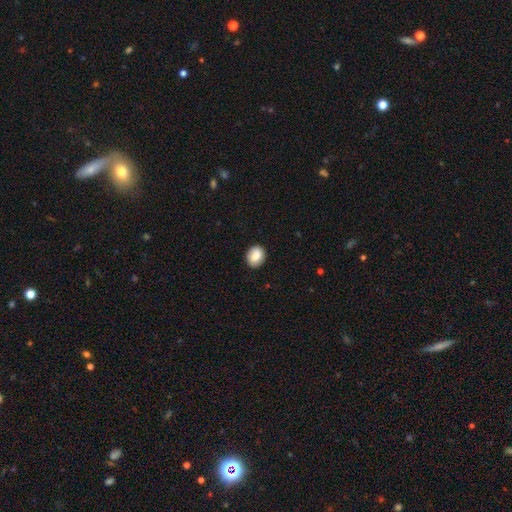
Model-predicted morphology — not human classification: Smooth or featured? smooth (83%)
How rounded? in between (50%)
Merging? none (88%)